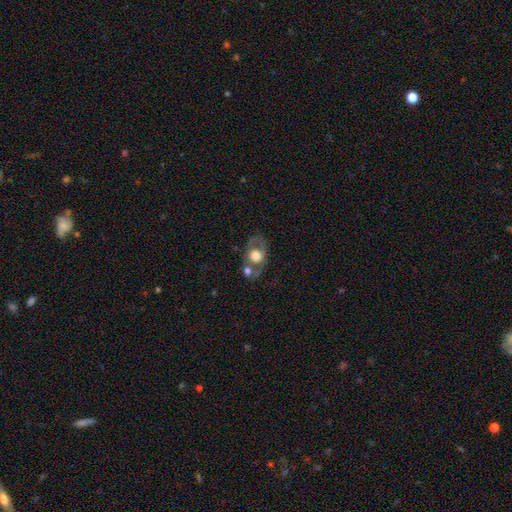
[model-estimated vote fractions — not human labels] A featured or disk galaxy (48%).

Vote fractions:
- Smooth or featured? featured or disk: 48% / smooth: 44% / star or artifact: 8%
- Merging? none: 51% / merger: 22% / minor disturbance: 17% / major disturbance: 10%